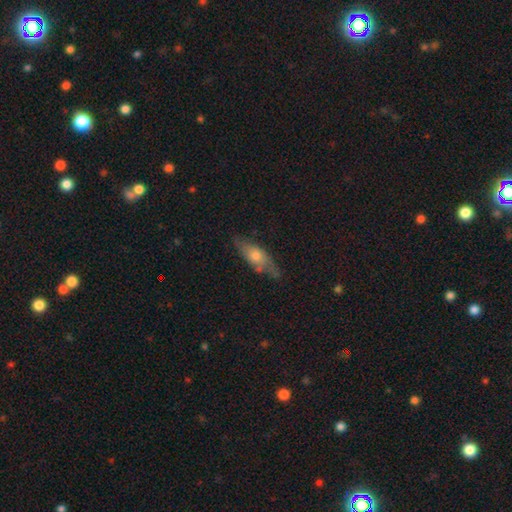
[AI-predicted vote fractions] Smooth or featured: smooth — 50% (featured or disk — 42%)
How rounded: in between — 61% (cigar-shaped — 36%)
Merging: none — 65% (minor disturbance — 25%)